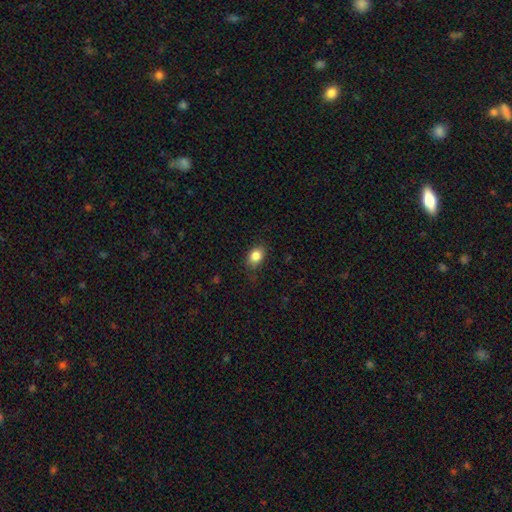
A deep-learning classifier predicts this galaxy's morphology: Smooth or featured?
  - smooth: 83% *
  - star or artifact: 10%
  - featured or disk: 7%
How rounded?
  - in between: 66% *
  - round: 33%
  - cigar-shaped: 1%
Merging?
  - none: 76% *
  - minor disturbance: 18%
  - major disturbance: 4%
  - merger: 1%